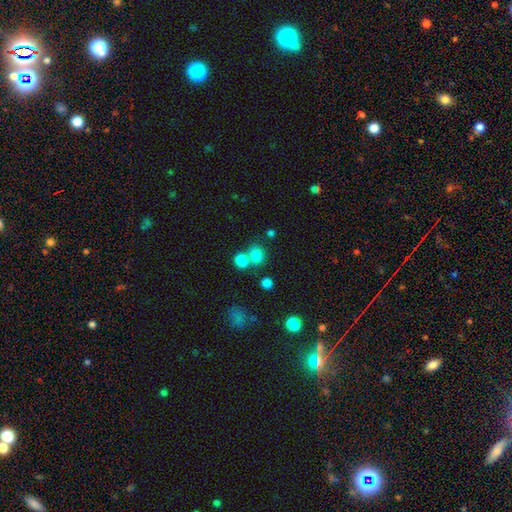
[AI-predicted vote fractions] Morphology: type=smooth (79%); roundness=round (73%); merging=none (57%).